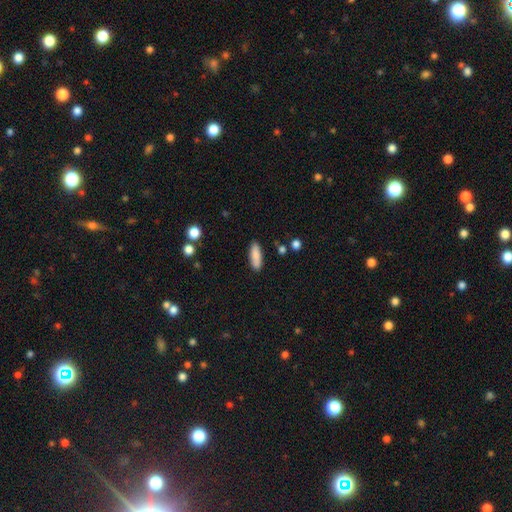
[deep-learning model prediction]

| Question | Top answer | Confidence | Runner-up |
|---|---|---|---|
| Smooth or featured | smooth | 84% | featured or disk (9%) |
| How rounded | in between | 60% | cigar-shaped (38%) |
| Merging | none | 84% | minor disturbance (11%) |